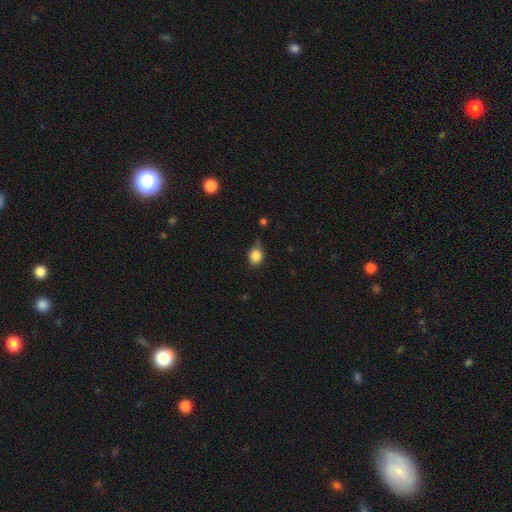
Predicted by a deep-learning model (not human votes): This is clearly a smooth galaxy (86%). How rounded: possibly round (58%). Merging: likely none (69%).